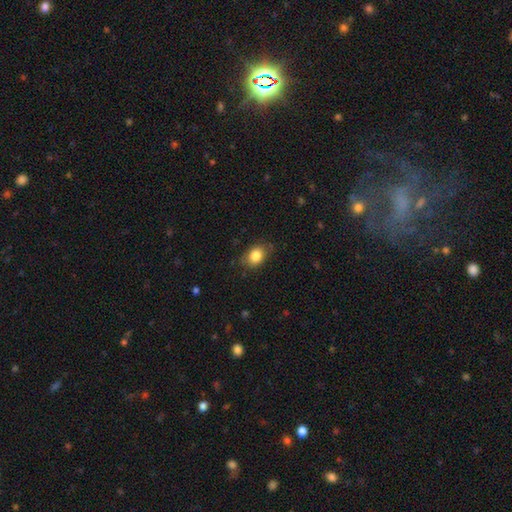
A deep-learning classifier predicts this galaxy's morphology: Smooth or featured? smooth (84%)
How rounded? in between (67%)
Merging? none (77%)